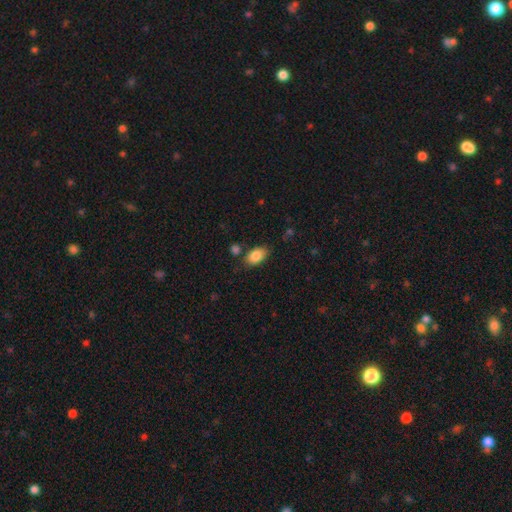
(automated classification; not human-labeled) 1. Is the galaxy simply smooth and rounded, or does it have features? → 86% smooth, 7% star or artifact, 6% featured or disk.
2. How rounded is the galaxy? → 91% in between, 7% round, 2% cigar-shaped.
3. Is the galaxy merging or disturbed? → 75% none, 15% minor disturbance, 6% merger, 4% major disturbance.